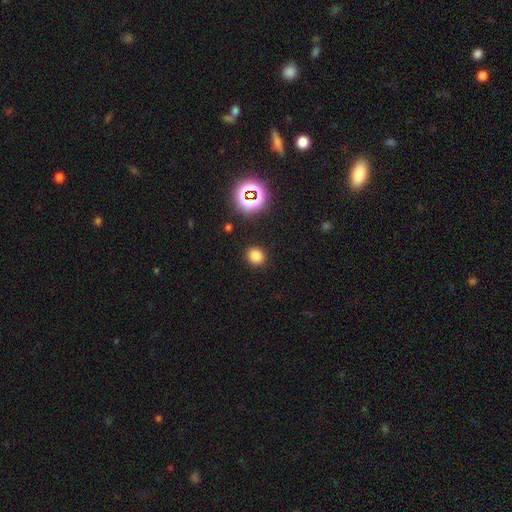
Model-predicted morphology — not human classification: smooth 78%, star or artifact 17%, featured or disk 5%. Down the decision tree: how rounded — round (73%); merging — none (89%).